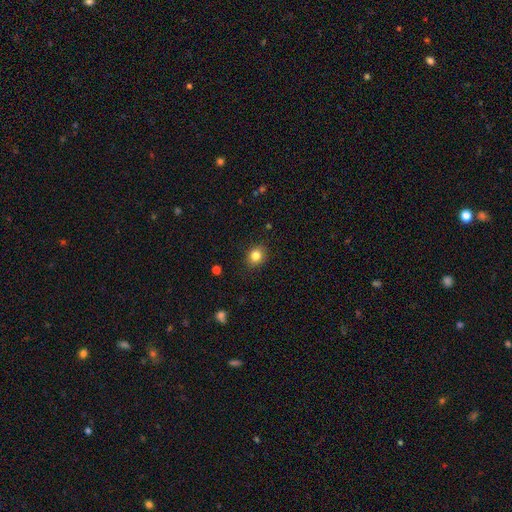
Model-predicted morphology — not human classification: The model was most divided on "how rounded": round: 66%, in between: 33%, cigar-shaped: 1%. More confident: merging — none (88%); smooth or featured — smooth (83%).